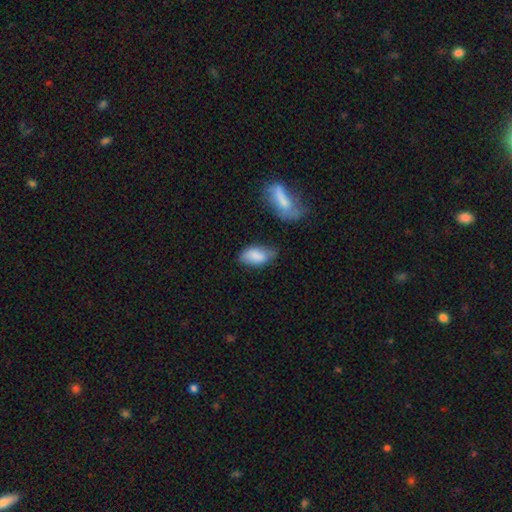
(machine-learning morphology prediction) Overall: smooth (83%). How rounded: in between (93%). Merging: none (53%; minor disturbance 32%).